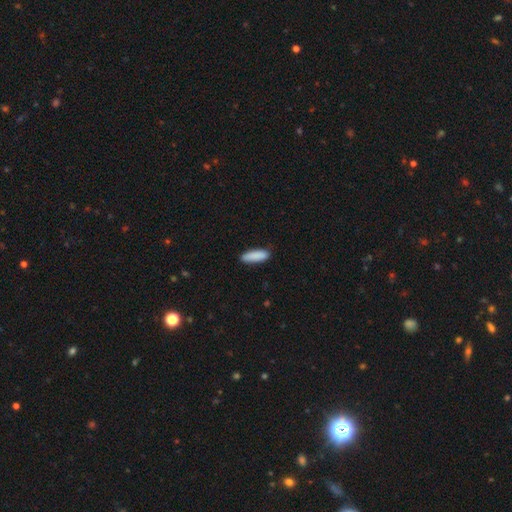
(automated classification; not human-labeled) Overall: smooth (89%). How rounded: cigar-shaped (51%; in between 47%). Merging: none (86%).